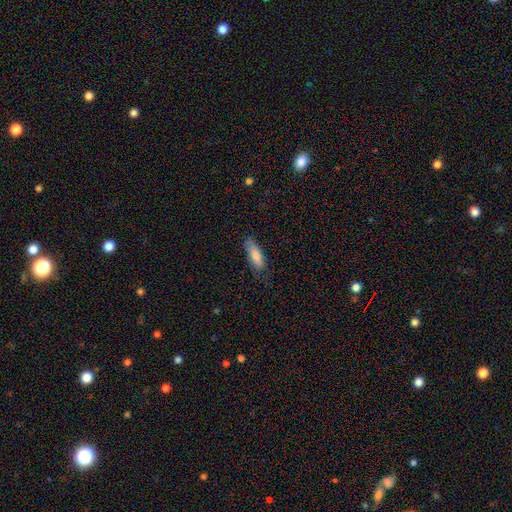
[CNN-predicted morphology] smooth 79%, featured or disk 15%, star or artifact 6%. Down the decision tree: how rounded — in between (63%); merging — none (73%).